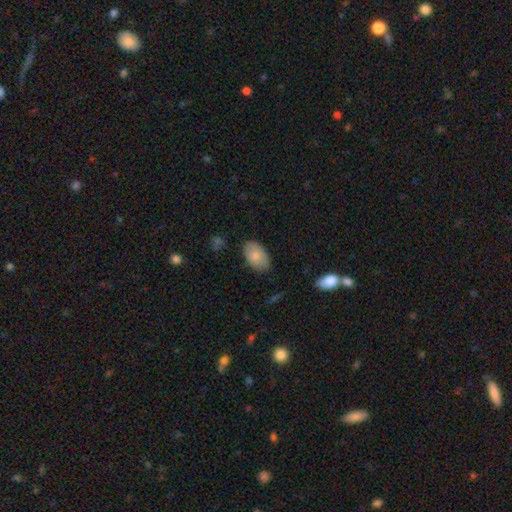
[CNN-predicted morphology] type=smooth (81%); roundness=in between (93%); merging=none (81%).